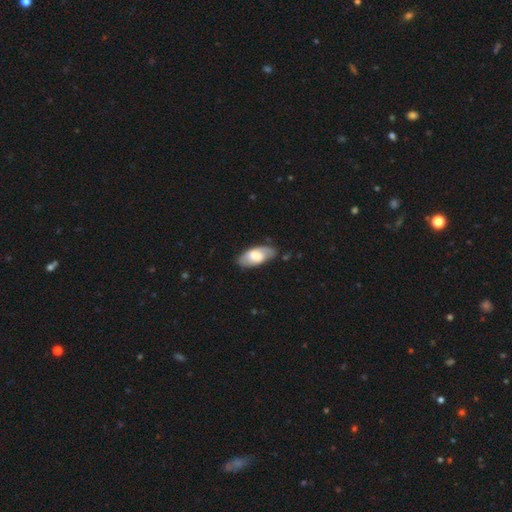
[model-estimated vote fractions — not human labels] Smooth or featured?
  - smooth: 49% *
  - featured or disk: 45%
  - star or artifact: 6%
Merging?
  - none: 71% *
  - minor disturbance: 21%
  - major disturbance: 6%
  - merger: 2%